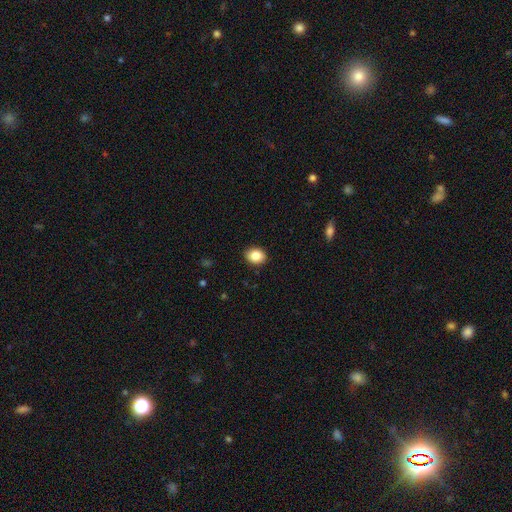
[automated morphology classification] This appears to be a smooth galaxy with no disk features (86%) that is in between round and cigar-shaped (50%). Merging: none (89%).